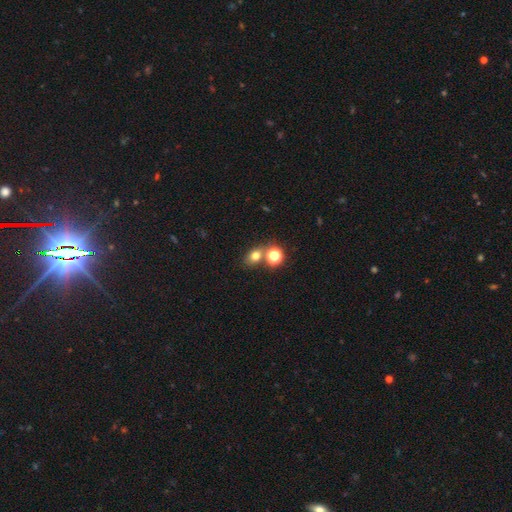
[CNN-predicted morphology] Smooth or featured?
  - smooth: 72% *
  - star or artifact: 20%
  - featured or disk: 9%
How rounded?
  - round: 53% *
  - in between: 46%
  - cigar-shaped: 1%
Merging?
  - none: 63% *
  - merger: 23%
  - minor disturbance: 10%
  - major disturbance: 4%